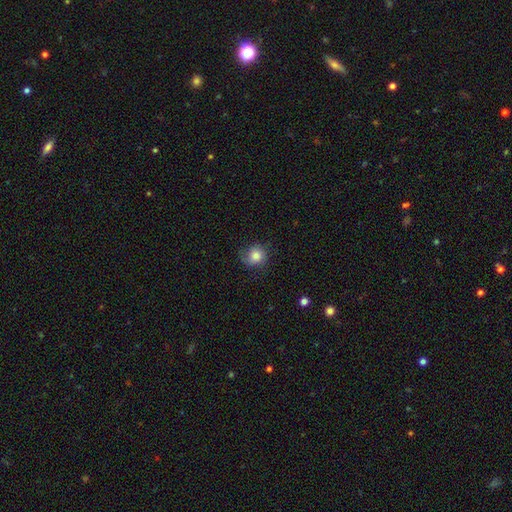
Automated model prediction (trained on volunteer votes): smooth-or-featured: smooth: 76% | featured or disk: 15% | star or artifact: 9%
  how-rounded: round: 81% | in between: 18% | cigar-shaped: 1%
  merging: none: 66% | minor disturbance: 23% | major disturbance: 9% | merger: 1%